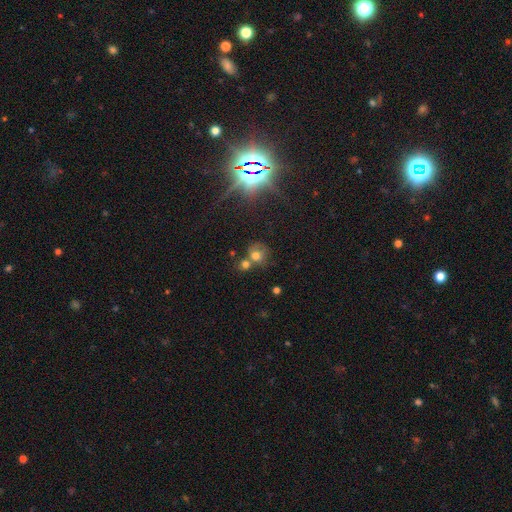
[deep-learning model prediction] This is likely a smooth galaxy (65%). How rounded: likely round (79%). Merging: marginally none (43%).